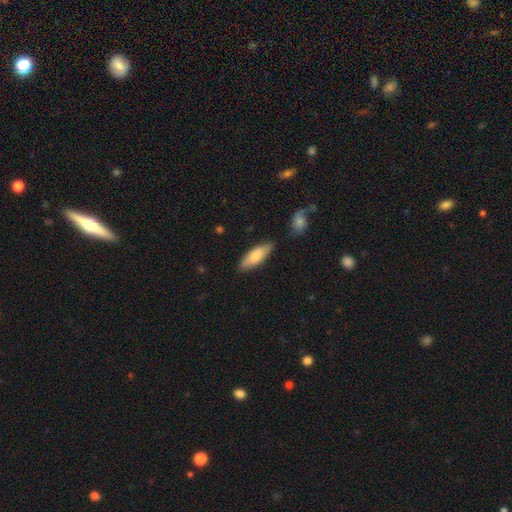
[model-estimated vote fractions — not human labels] This appears to be a smooth galaxy with no disk features (72%) that is in between round and cigar-shaped (67%). Merging: none (77%).